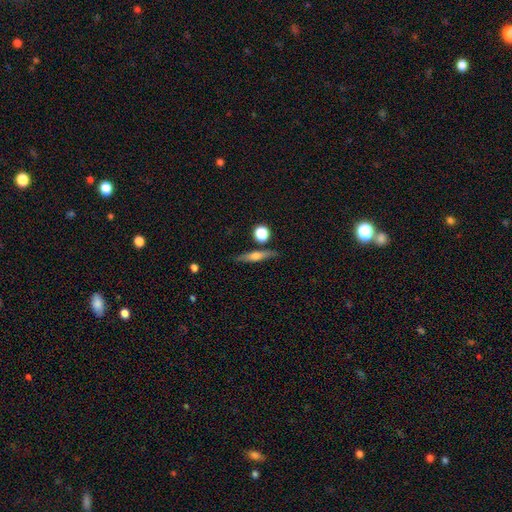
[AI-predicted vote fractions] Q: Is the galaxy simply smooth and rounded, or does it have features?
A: featured or disk — 49%.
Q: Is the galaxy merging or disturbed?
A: none — 81%.